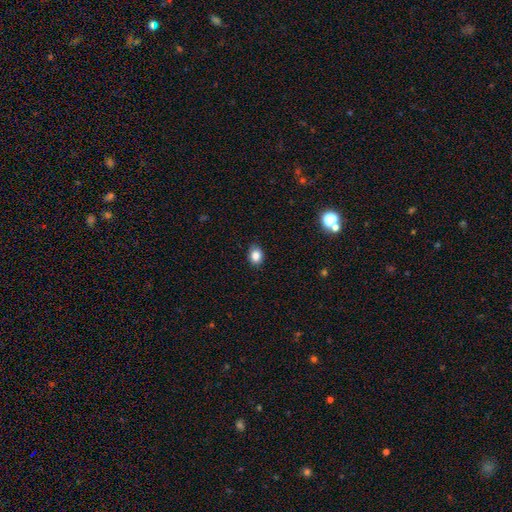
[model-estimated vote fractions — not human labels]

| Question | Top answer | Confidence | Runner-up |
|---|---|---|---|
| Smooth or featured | smooth | 85% | star or artifact (10%) |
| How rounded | in between | 50% | round (49%) |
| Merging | none | 84% | minor disturbance (13%) |